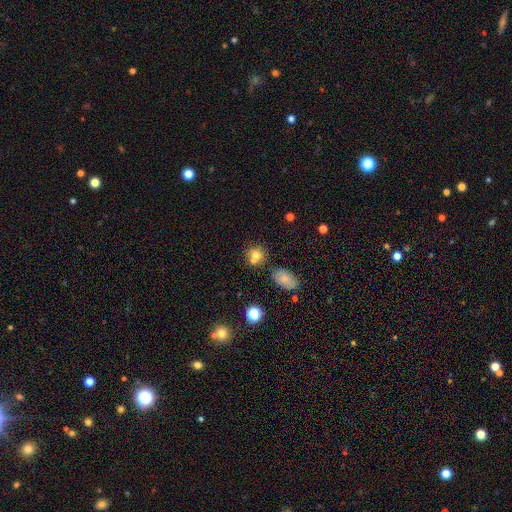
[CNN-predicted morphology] This is likely a smooth galaxy (71%). How rounded: clearly round (81%). Merging: possibly none (57%).